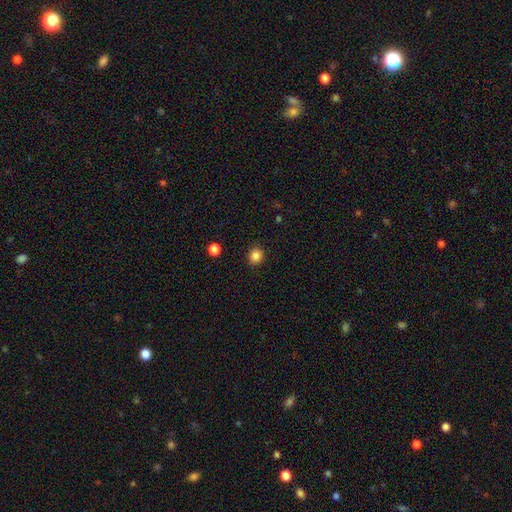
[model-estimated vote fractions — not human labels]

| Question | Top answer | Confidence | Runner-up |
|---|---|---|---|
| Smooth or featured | smooth | 85% | star or artifact (12%) |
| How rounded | round | 85% | in between (15%) |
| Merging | none | 91% | minor disturbance (6%) |